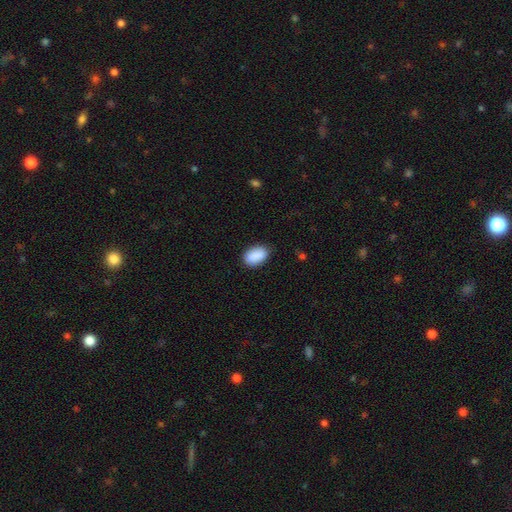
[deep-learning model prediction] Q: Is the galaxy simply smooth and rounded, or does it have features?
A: smooth — 90%.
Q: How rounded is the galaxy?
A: in between — 90%.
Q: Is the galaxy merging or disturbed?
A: none — 84%.